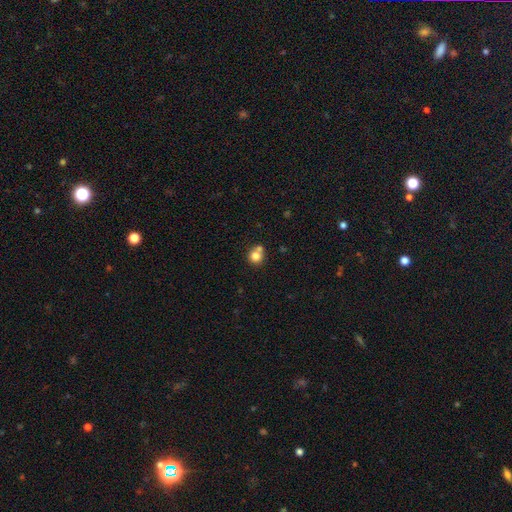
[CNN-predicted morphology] Smooth or featured? Predicted: smooth (p=0.79). How rounded? Predicted: round (p=0.89). Merging? Predicted: none (p=0.53).